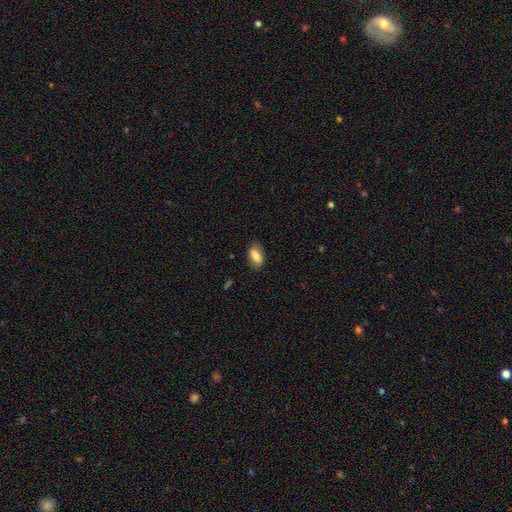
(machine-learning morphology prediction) Q: Smooth or featured?
A: smooth (81%); runner-up: featured or disk (12%)
Q: How rounded?
A: in between (89%); runner-up: cigar-shaped (5%)
Q: Merging?
A: none (82%); runner-up: minor disturbance (14%)